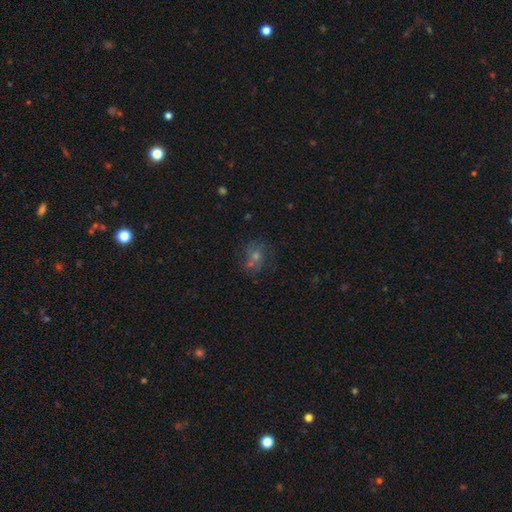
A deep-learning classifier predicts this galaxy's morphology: A smooth galaxy with no disk features (41%).

Vote fractions:
- Smooth or featured? smooth: 41% / star or artifact: 30% / featured or disk: 29%
- Merging? none: 62% / minor disturbance: 16% / merger: 14% / major disturbance: 8%